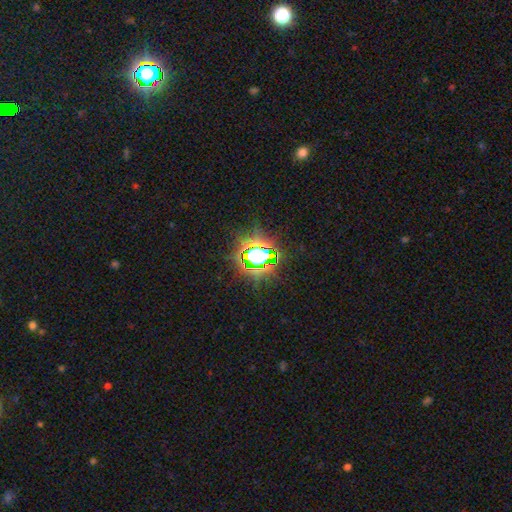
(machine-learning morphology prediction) Q: Smooth or featured?
A: star or artifact (76%); runner-up: smooth (13%)